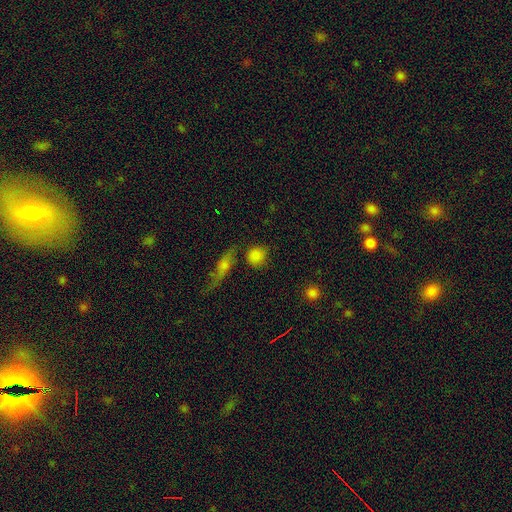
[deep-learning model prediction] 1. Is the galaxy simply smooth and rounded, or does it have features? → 82% smooth, 10% star or artifact, 8% featured or disk.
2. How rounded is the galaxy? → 80% round, 17% in between, 3% cigar-shaped.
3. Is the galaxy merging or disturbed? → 71% none, 13% minor disturbance, 12% merger, 5% major disturbance.